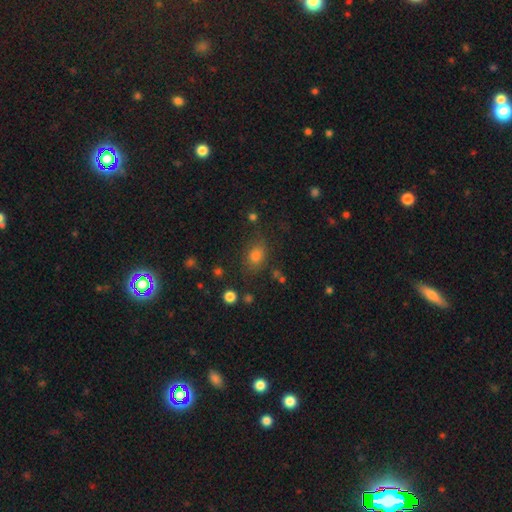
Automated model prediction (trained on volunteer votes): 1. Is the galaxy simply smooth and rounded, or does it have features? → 75% smooth, 17% star or artifact, 9% featured or disk.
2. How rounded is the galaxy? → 67% in between, 31% round, 2% cigar-shaped.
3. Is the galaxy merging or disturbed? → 77% none, 14% minor disturbance, 5% major disturbance, 4% merger.